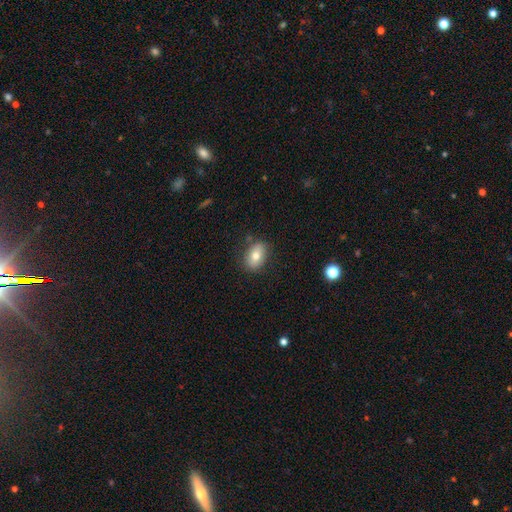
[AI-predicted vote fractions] smooth-or-featured: smooth: 75% | featured or disk: 17% | star or artifact: 9%
  how-rounded: in between: 80% | round: 19% | cigar-shaped: 2%
  merging: none: 81% | minor disturbance: 14% | major disturbance: 3% | merger: 3%